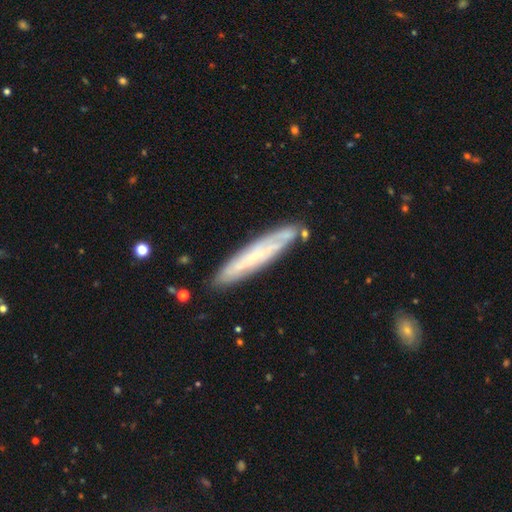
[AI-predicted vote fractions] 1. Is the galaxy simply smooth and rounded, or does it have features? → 64% featured or disk, 30% smooth, 6% star or artifact.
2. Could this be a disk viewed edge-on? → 62% yes, 38% no.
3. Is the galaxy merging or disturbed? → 83% none, 12% minor disturbance, 3% merger, 2% major disturbance.